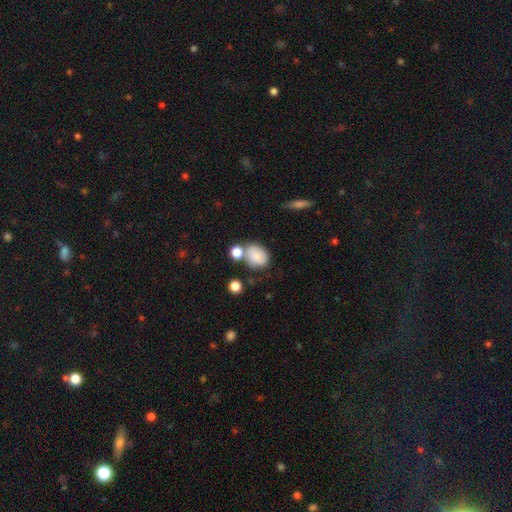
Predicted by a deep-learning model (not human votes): smooth_or_featured: smooth (p=0.81) [alt: featured or disk p=0.10]
how_rounded: in between (p=0.59) [alt: round p=0.39]
merging: none (p=0.53) [alt: merger p=0.23]